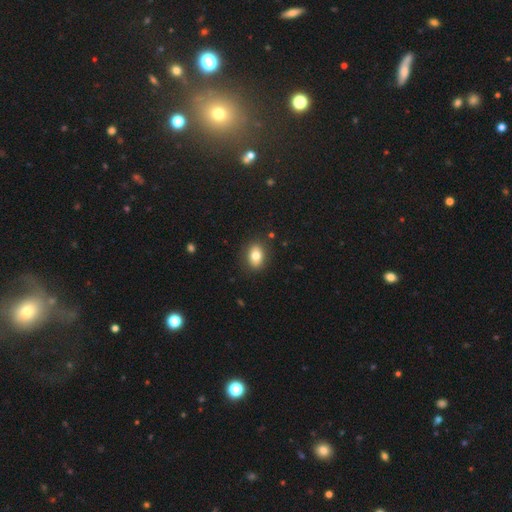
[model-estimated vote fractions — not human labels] Smooth or featured? smooth (78%)
How rounded? in between (71%)
Merging? none (87%)